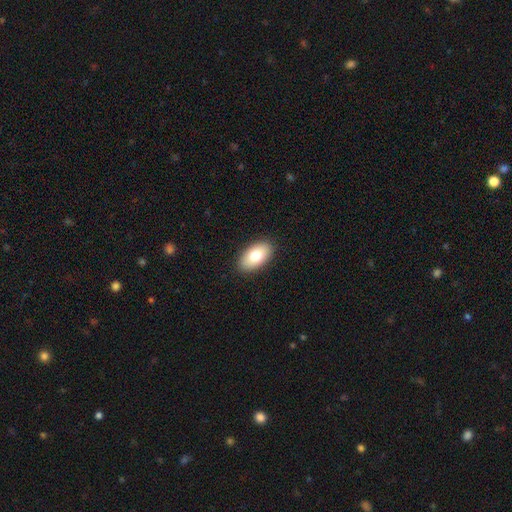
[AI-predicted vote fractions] smooth_or_featured: smooth (p=0.80) [alt: featured or disk p=0.13]
how_rounded: in between (p=0.95) [alt: round p=0.03]
merging: none (p=0.89) [alt: minor disturbance p=0.08]